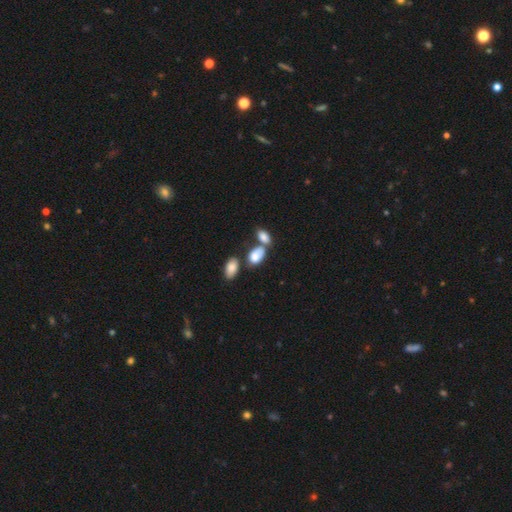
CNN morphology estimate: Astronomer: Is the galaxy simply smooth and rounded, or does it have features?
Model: smooth — 82%.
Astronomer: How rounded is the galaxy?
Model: in between — 90%.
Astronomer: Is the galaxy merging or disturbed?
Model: none — 42% (runner-up: merger, 38%).